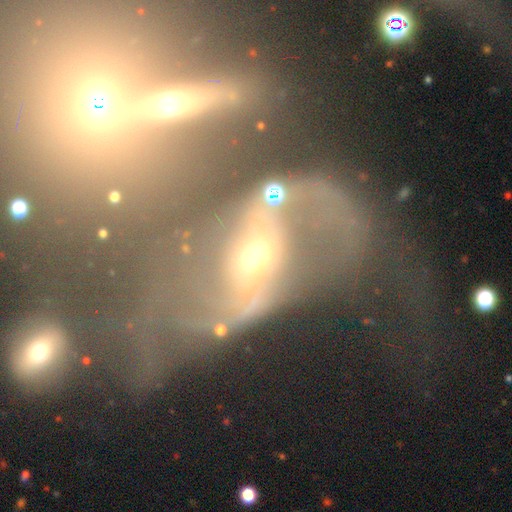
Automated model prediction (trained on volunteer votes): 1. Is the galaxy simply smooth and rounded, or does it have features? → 71% featured or disk, 17% smooth, 12% star or artifact.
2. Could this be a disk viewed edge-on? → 90% no, 10% yes.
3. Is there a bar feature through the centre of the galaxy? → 48% no, 27% weak, 25% strong.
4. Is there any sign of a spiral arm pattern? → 65% yes, 35% no.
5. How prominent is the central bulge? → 46% small, 45% moderate, 5% large, 3% none, 2% dominant.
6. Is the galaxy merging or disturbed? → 47% merger, 27% major disturbance, 16% none, 9% minor disturbance.